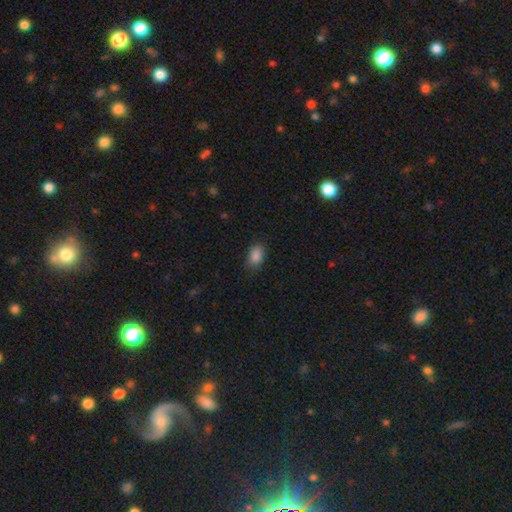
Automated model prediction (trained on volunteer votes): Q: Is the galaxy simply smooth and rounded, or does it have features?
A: smooth — 88%.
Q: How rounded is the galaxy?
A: in between — 88%.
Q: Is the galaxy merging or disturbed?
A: none — 82%.